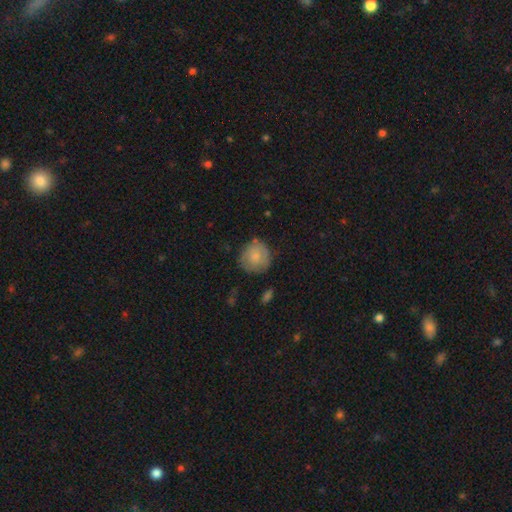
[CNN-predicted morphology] Smooth or featured?
  - smooth: 73% *
  - featured or disk: 20%
  - star or artifact: 7%
How rounded?
  - round: 91% *
  - in between: 8%
  - cigar-shaped: 1%
Merging?
  - none: 74% *
  - minor disturbance: 19%
  - major disturbance: 5%
  - merger: 3%